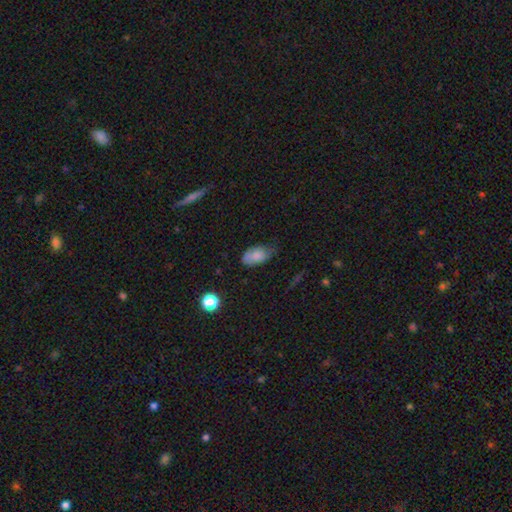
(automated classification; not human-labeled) Smooth or featured? Predicted: smooth (p=0.76). How rounded? Predicted: in between (p=0.91). Merging? Predicted: none (p=0.46).